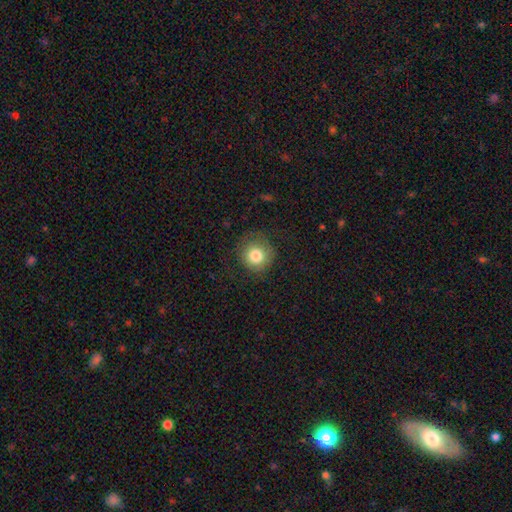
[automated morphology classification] Smooth or featured? smooth (81%)
How rounded? round (92%)
Merging? none (78%)